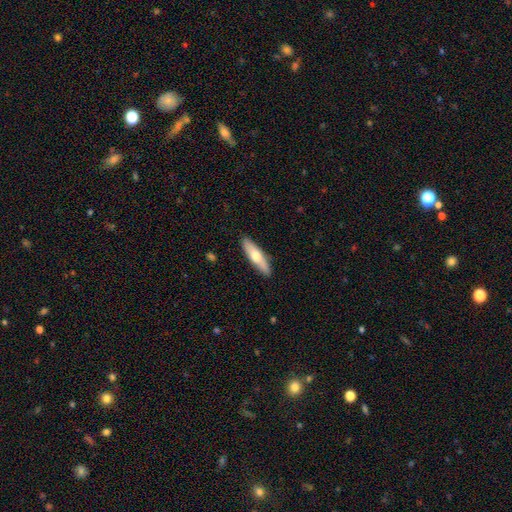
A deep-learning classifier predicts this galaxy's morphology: smooth 61%, featured or disk 34%, star or artifact 5%. Down the decision tree: how rounded — cigar-shaped (67%); merging — none (89%).